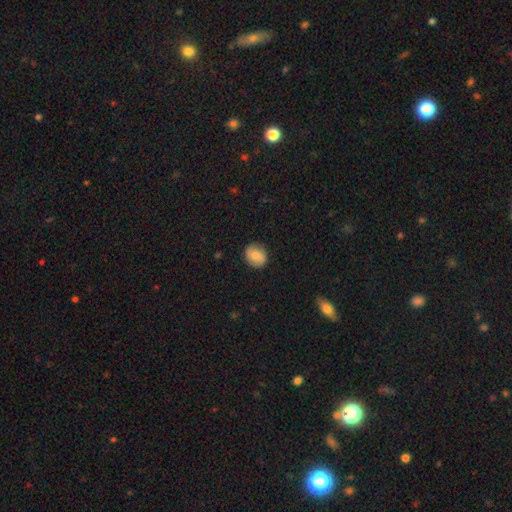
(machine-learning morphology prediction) Smooth or featured: smooth — 67% (featured or disk — 26%)
How rounded: round — 79% (in between — 20%)
Merging: none — 87% (minor disturbance — 10%)